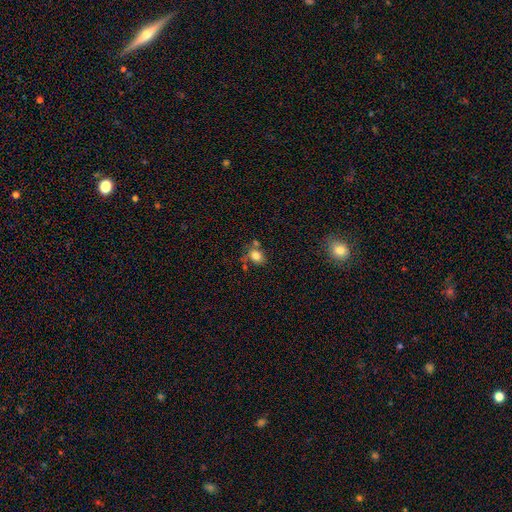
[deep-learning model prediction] Overall: smooth (80%). How rounded: in between (55%; round 44%). Merging: none (57%; minor disturbance 19%).